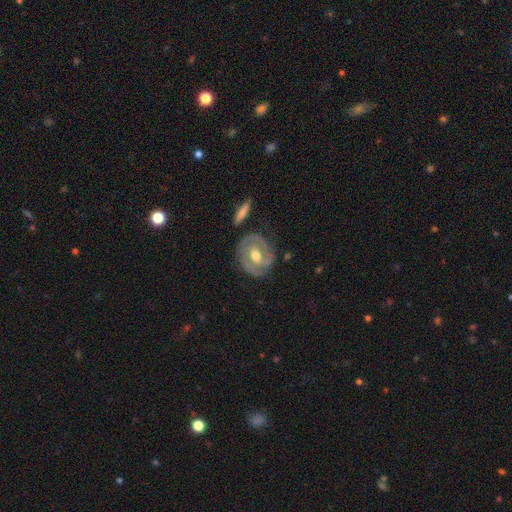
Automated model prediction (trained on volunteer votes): A featured or disk galaxy (78%) with a weak bar (43%), 2 (58%) tight (63%) spiral arms (81%) and a moderate central bulge (76%). Merging: none (76%).